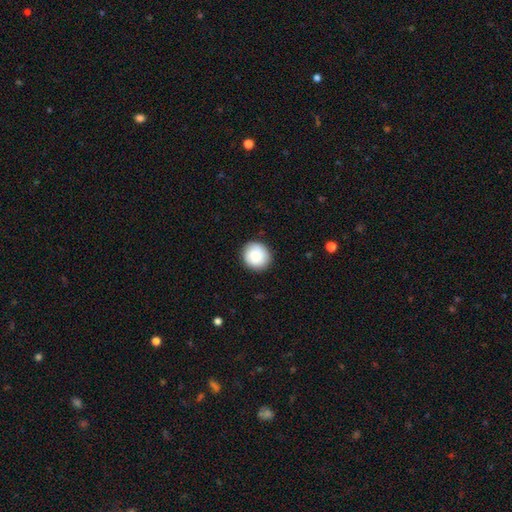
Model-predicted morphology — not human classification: Smooth or featured? smooth (83%)
How rounded? round (92%)
Merging? none (89%)